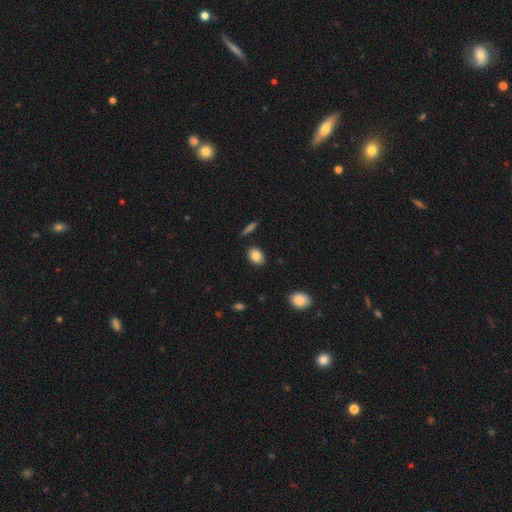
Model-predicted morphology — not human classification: Q: Smooth or featured?
A: smooth (85%); runner-up: star or artifact (8%)
Q: How rounded?
A: in between (76%); runner-up: round (23%)
Q: Merging?
A: none (86%); runner-up: minor disturbance (10%)